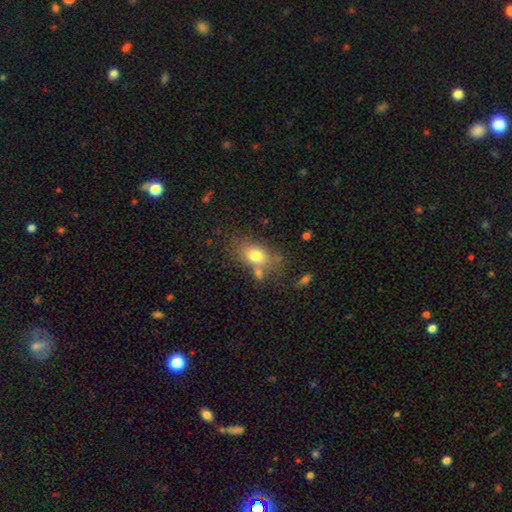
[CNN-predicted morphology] smooth_or_featured: smooth (p=0.75) [alt: featured or disk p=0.15]
how_rounded: in between (p=0.78) [alt: round p=0.20]
merging: none (p=0.60) [alt: minor disturbance p=0.18]